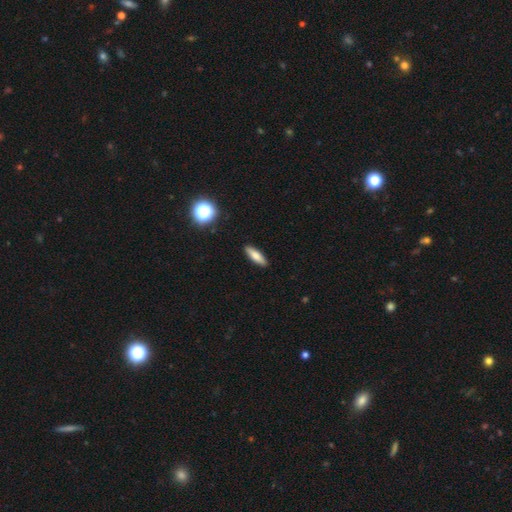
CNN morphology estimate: A smooth galaxy with no disk features (76%) that is cigar-shaped (56%).

Vote fractions:
- Smooth or featured? smooth: 76% / featured or disk: 16% / star or artifact: 8%
- How rounded? cigar-shaped: 56% / in between: 42% / round: 2%
- Merging? none: 90% / minor disturbance: 7% / major disturbance: 2% / merger: 1%